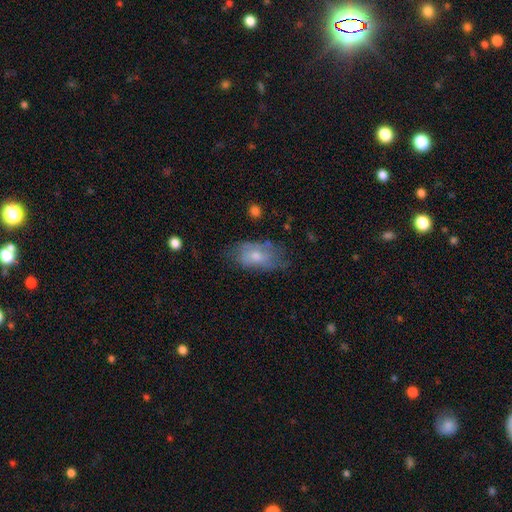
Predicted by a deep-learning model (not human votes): smooth-or-featured: smooth: 58% | featured or disk: 35% | star or artifact: 8%
  how-rounded: in between: 90% | round: 7% | cigar-shaped: 3%
  merging: none: 52% | minor disturbance: 31% | major disturbance: 15% | merger: 3%